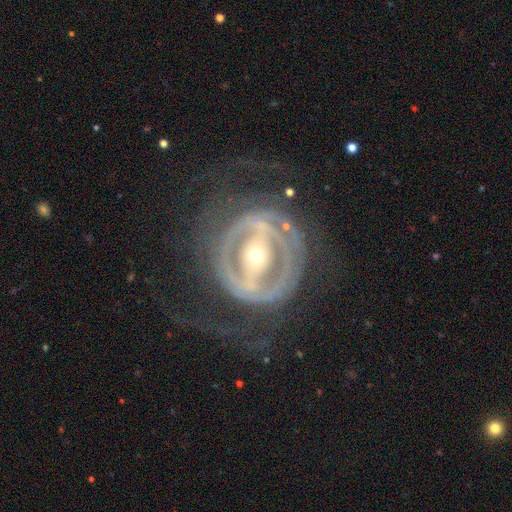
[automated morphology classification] Overall: featured or disk (86%). Edge-on disk: no (93%). Bar: strong (65%). Spiral arms: yes (60%; no 40%). Bulge size: small (61%; moderate 34%). Merging: none (60%; major disturbance 24%).